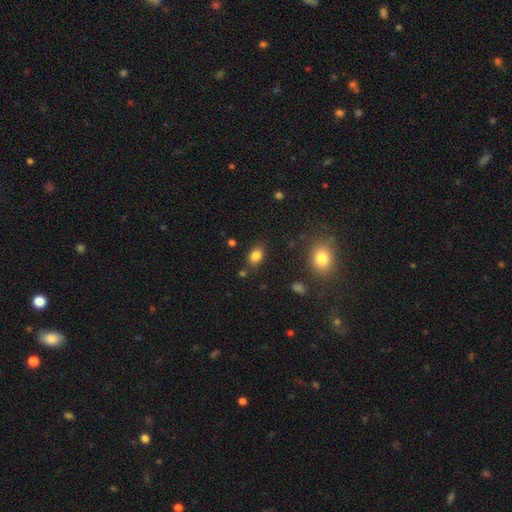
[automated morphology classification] Overall: smooth (83%). How rounded: in between (79%). Merging: none (81%).